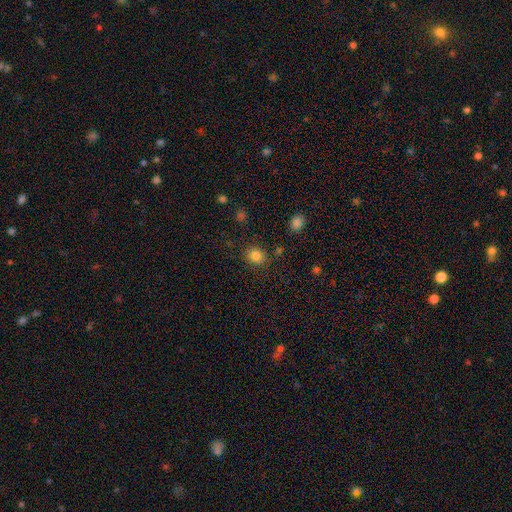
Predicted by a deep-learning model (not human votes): This is clearly a smooth galaxy (83%). How rounded: likely round (70%). Merging: clearly none (84%).